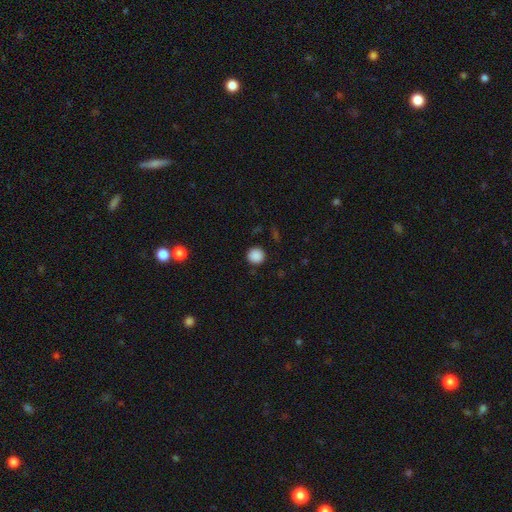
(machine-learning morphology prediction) This is clearly a smooth galaxy (88%). How rounded: clearly round (94%). Merging: clearly none (91%).